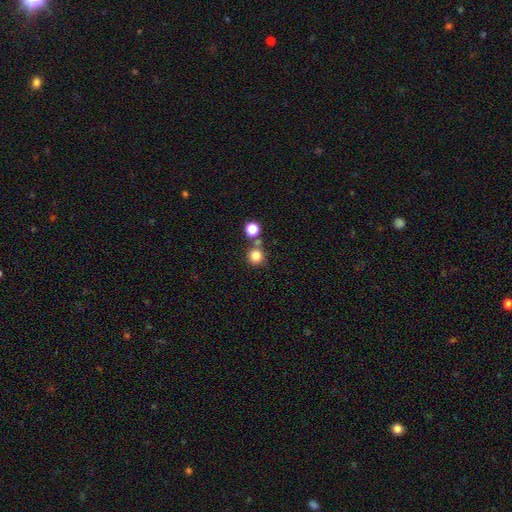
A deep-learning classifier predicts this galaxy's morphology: smooth_or_featured: smooth (p=0.81) [alt: star or artifact p=0.13]
how_rounded: round (p=0.93) [alt: in between p=0.06]
merging: none (p=0.73) [alt: merger p=0.17]